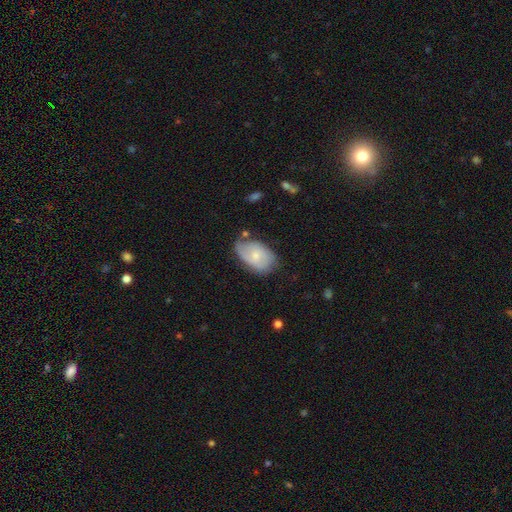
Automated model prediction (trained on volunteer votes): Smooth or featured? Predicted: smooth (p=0.58). How rounded? Predicted: in between (p=0.89). Merging? Predicted: none (p=0.52).